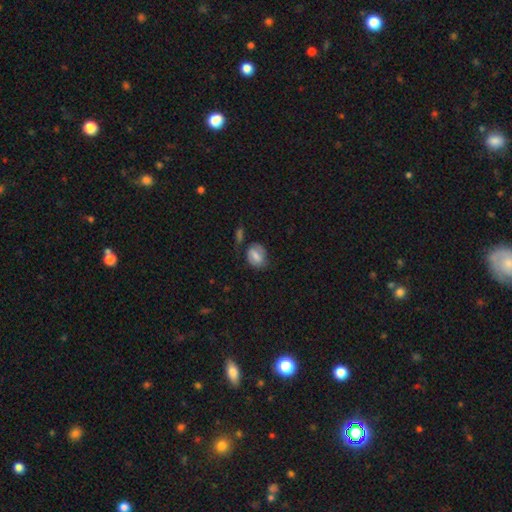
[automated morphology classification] This is likely a smooth galaxy (66%). How rounded: likely in between (60%). Merging: possibly none (58%).